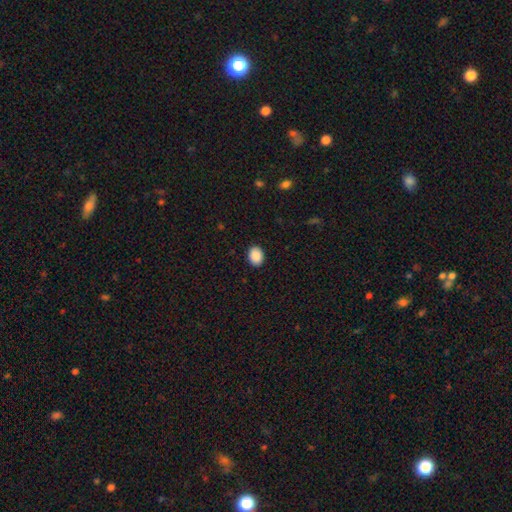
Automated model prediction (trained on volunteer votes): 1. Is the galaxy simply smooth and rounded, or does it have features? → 90% smooth, 7% star or artifact, 3% featured or disk.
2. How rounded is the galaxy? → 64% in between, 35% round, 1% cigar-shaped.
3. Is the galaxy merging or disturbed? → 91% none, 7% minor disturbance, 2% major disturbance, 1% merger.